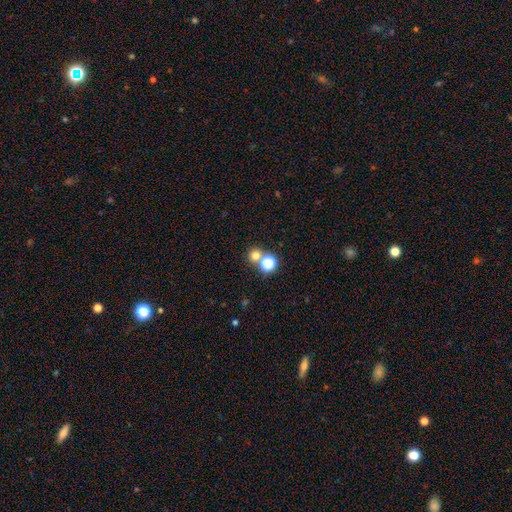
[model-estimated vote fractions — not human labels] A smooth galaxy with no disk features (71%) that is round (89%). Merging: none (62%).